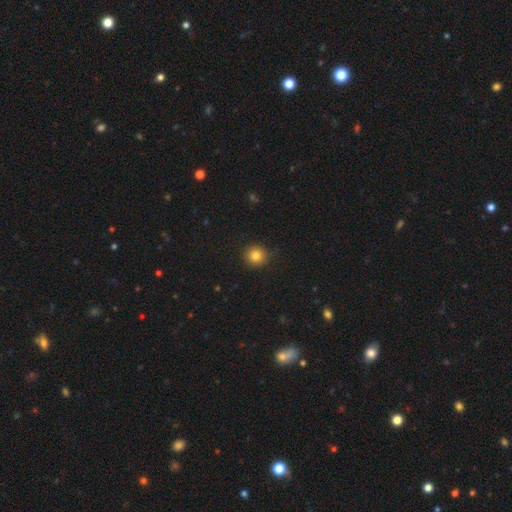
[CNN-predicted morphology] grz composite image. It shows a smooth galaxy with no disk features (82%) that is round (93%). Merging: none (89%).